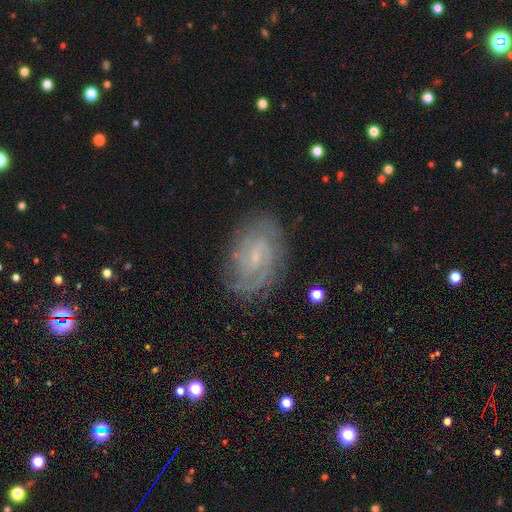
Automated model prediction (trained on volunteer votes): This appears to be a featured or disk galaxy (82%) with a weak bar (53%), 2 (40%) tight (60%) spiral arms (95%) and a small central bulge (73%). Merging: none (80%).